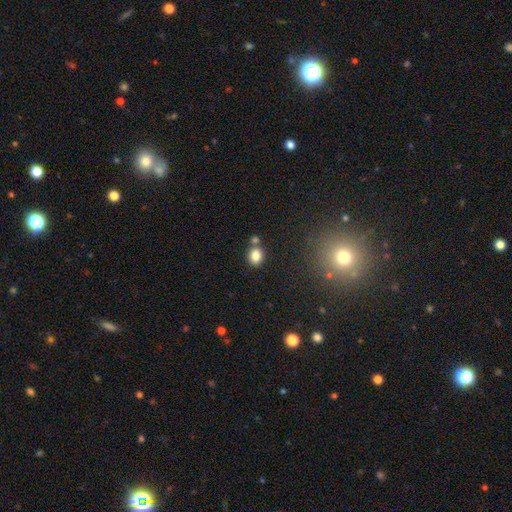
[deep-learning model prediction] Smooth or featured? smooth (82%)
How rounded? round (56%)
Merging? none (68%)